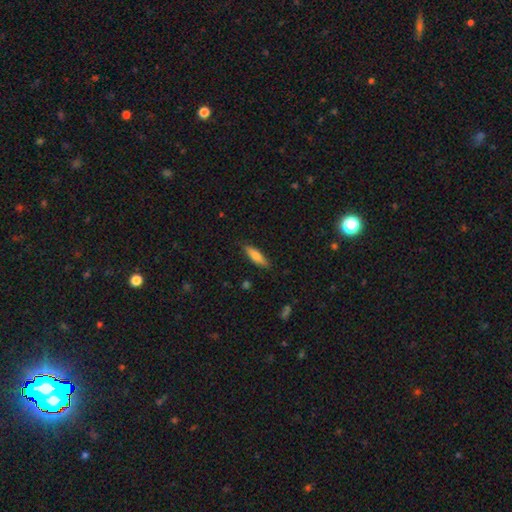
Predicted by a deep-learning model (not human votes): Q: Smooth or featured?
A: smooth (74%); runner-up: featured or disk (20%)
Q: How rounded?
A: cigar-shaped (63%); runner-up: in between (35%)
Q: Merging?
A: none (85%); runner-up: minor disturbance (11%)